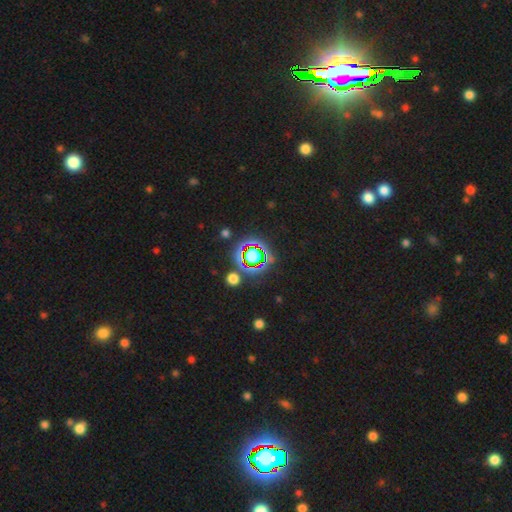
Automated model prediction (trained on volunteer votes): This is likely a star or artifact rather than a galaxy (64%).